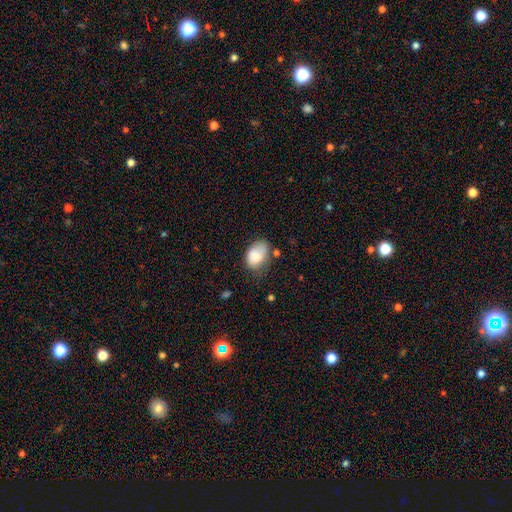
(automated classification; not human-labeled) smooth 83%, featured or disk 10%, star or artifact 7%. Down the decision tree: how rounded — in between (82%); merging — none (49%).